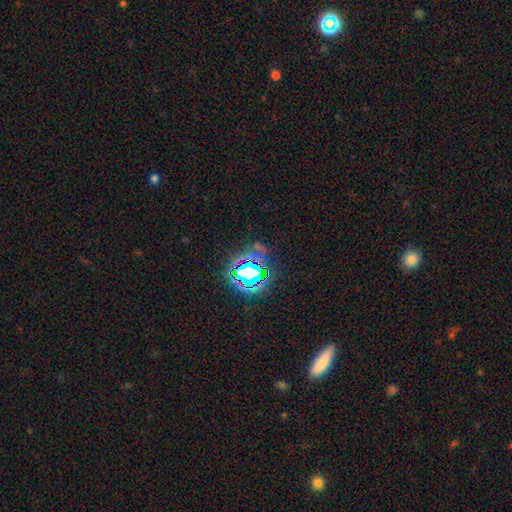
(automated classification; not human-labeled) This appears to be a star or artifact, not a galaxy (76%).